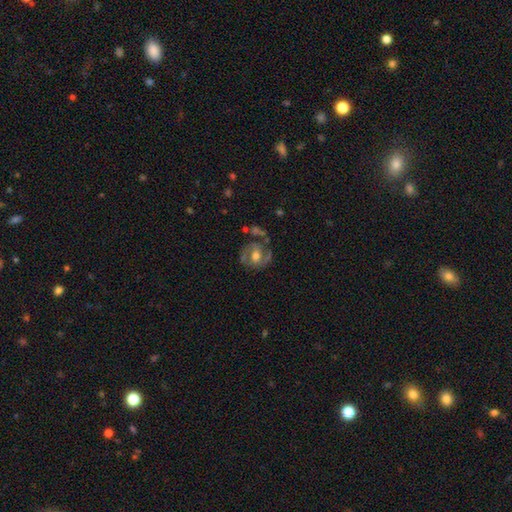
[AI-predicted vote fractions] Overall: featured or disk (69%). Edge-on disk: no (97%). Bar: no (44%; weak 40%). Spiral arms: yes (77%). Spiral arm count: 2 (74%). Spiral winding: medium (47%; tight 36%). Bulge size: moderate (70%). Merging: none (62%).